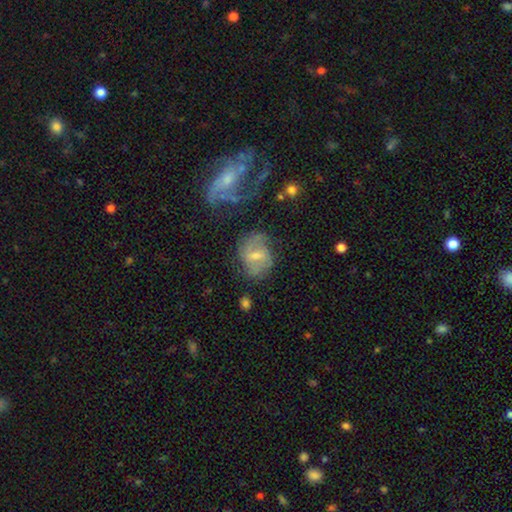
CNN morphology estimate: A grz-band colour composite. It shows a featured or disk galaxy (61%) with a weak bar (51%), spiral arms (79%) and a small central bulge (47%). Merging: none (63%).